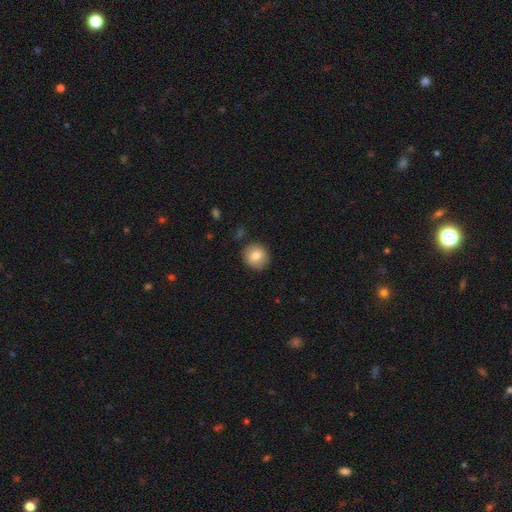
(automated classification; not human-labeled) This appears to be a smooth galaxy with no disk features (82%) that is round (90%). Merging: none (89%).